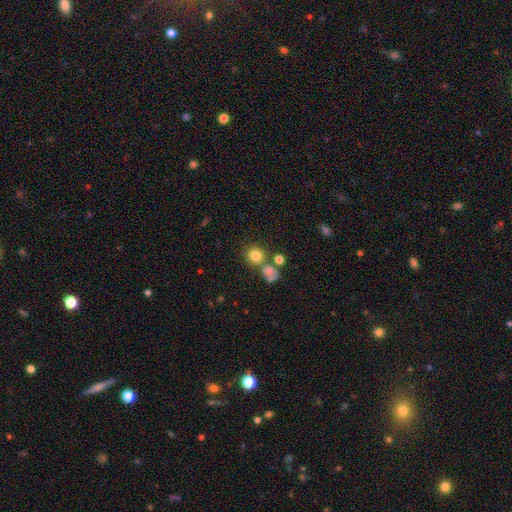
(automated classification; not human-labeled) Smooth or featured: smooth — 78% (star or artifact — 13%)
How rounded: round — 85% (in between — 14%)
Merging: none — 62% (merger — 22%)